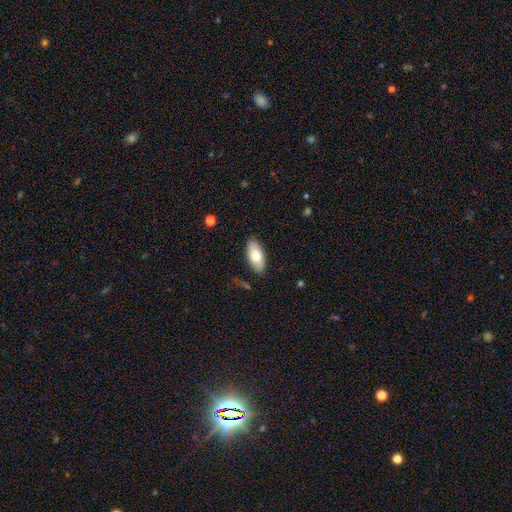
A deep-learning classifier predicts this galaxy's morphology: This is likely a smooth galaxy (74%). How rounded: clearly in between (88%). Merging: clearly none (87%).